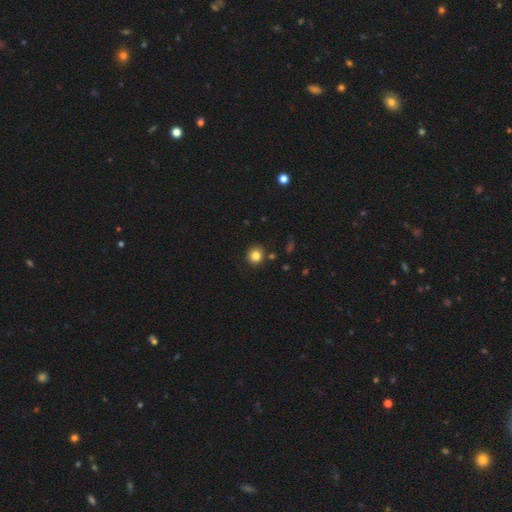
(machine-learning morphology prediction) Smooth or featured? Predicted: smooth (p=0.82). How rounded? Predicted: round (p=0.88). Merging? Predicted: none (p=0.88).